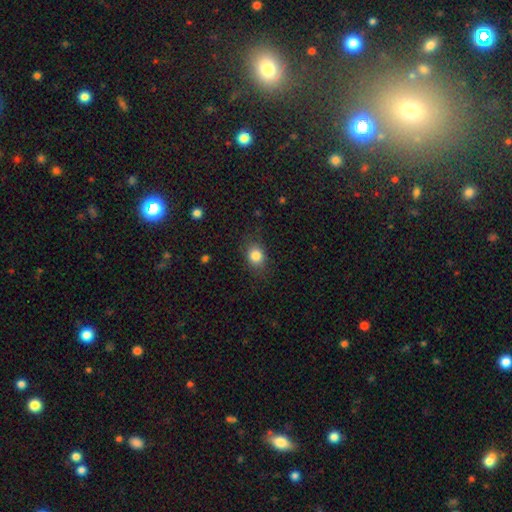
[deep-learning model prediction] Smooth or featured? Predicted: smooth (p=0.84). How rounded? Predicted: round (p=0.56). Merging? Predicted: none (p=0.80).